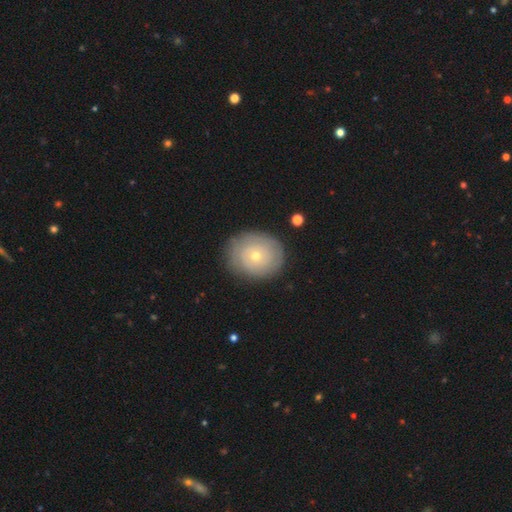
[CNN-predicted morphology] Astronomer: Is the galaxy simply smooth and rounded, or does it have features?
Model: smooth — 47% (runner-up: featured or disk, 45%).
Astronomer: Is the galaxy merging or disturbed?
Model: none — 84%.